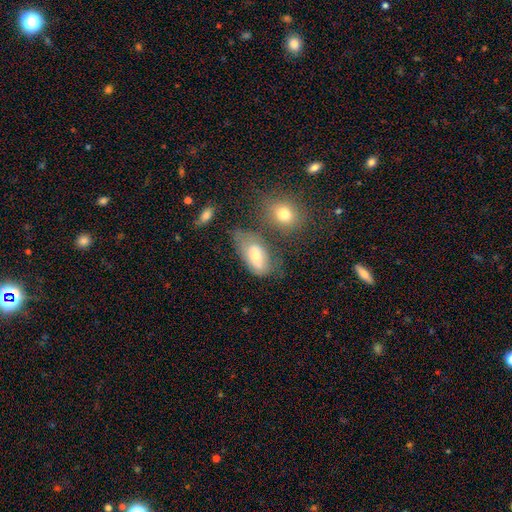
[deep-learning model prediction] This appears to be a smooth galaxy with no disk features (60%) that is in between round and cigar-shaped (90%). Merging: none (41%).